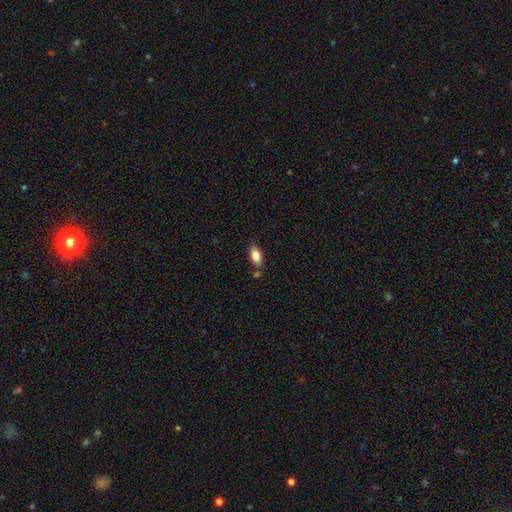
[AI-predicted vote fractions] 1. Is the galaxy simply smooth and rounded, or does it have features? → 84% smooth, 8% featured or disk, 7% star or artifact.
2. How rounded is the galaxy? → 92% in between, 5% cigar-shaped, 3% round.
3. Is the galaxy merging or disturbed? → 74% none, 13% minor disturbance, 9% merger, 3% major disturbance.